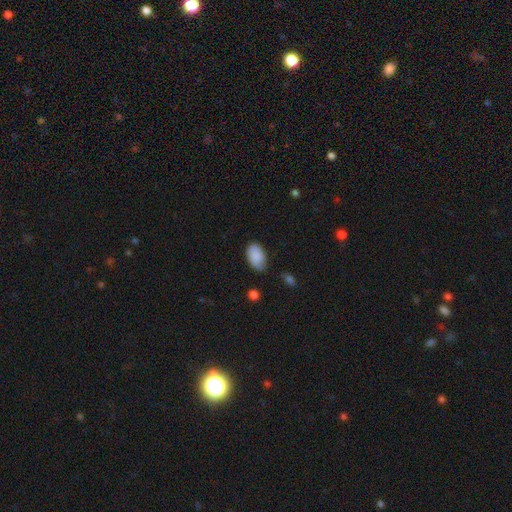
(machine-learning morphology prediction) Smooth or featured?
  - smooth: 88% *
  - star or artifact: 7%
  - featured or disk: 6%
How rounded?
  - in between: 93% *
  - round: 6%
  - cigar-shaped: 1%
Merging?
  - none: 69% *
  - minor disturbance: 24%
  - major disturbance: 5%
  - merger: 2%